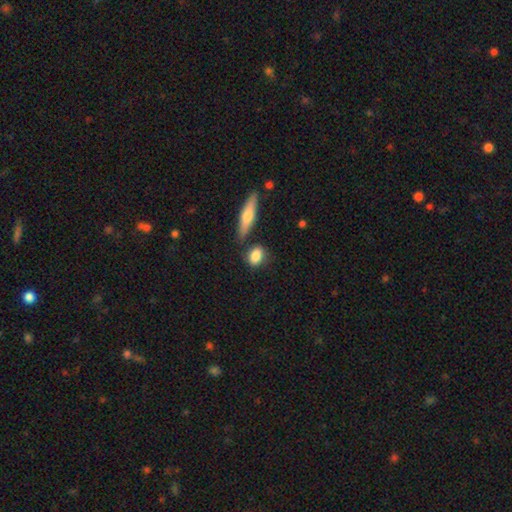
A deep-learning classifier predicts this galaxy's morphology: Overall: smooth (83%). How rounded: in between (60%; round 32%). Merging: none (71%).